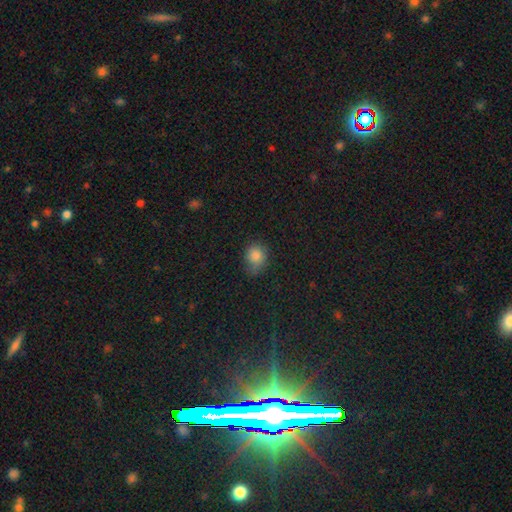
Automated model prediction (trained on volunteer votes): A smooth galaxy with no disk features (83%) that is round (66%). Merging: none (56%).